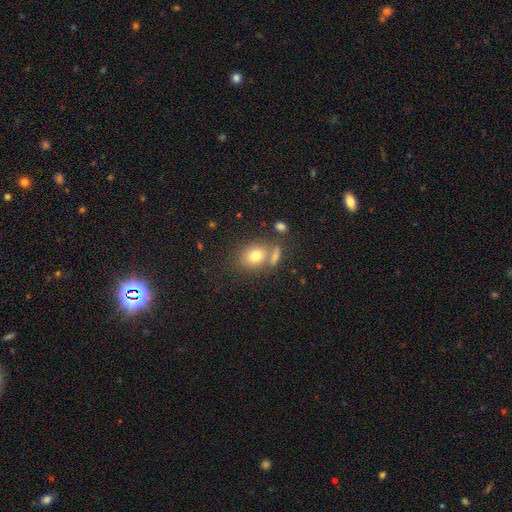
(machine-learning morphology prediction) A smooth galaxy with no disk features (77%) that is in between round and cigar-shaped (58%). Merging: none (54%).